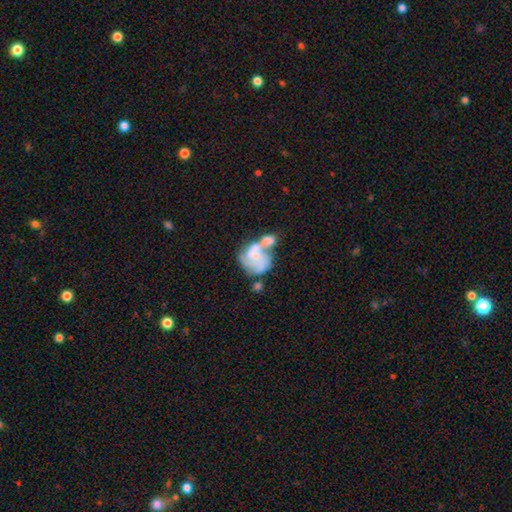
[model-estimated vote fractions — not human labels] This is likely a featured or disk galaxy (60%). It is clearly not viewed edge-on (98%). Bar: clearly no (82%). Spiral arm pattern: possibly yes (53%). Central bulge: possibly none (52%). Merging: possibly merger (46%).